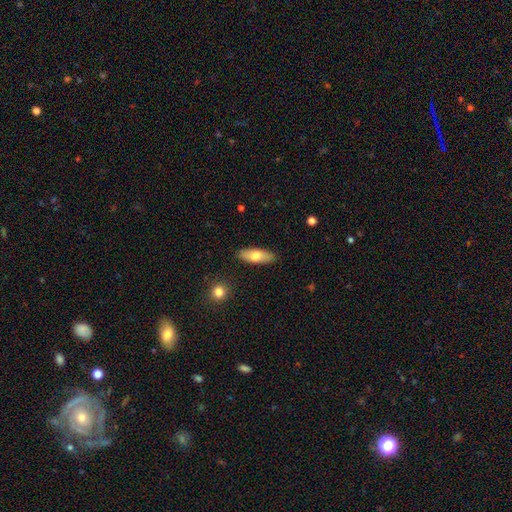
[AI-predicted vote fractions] Smooth or featured? smooth (73%)
How rounded? in between (67%)
Merging? none (88%)